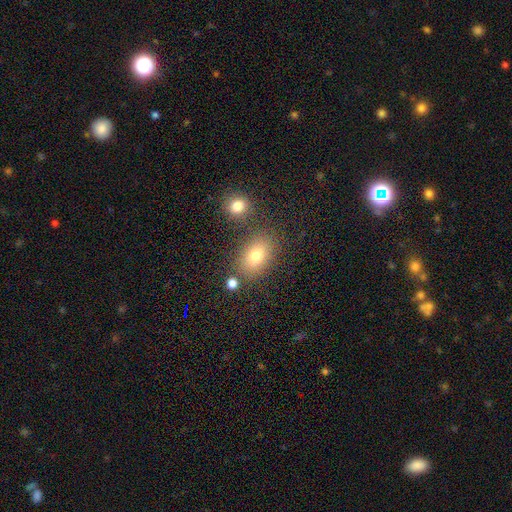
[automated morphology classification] This appears to be a smooth galaxy with no disk features (77%) that is in between round and cigar-shaped (82%). Merging: none (76%).